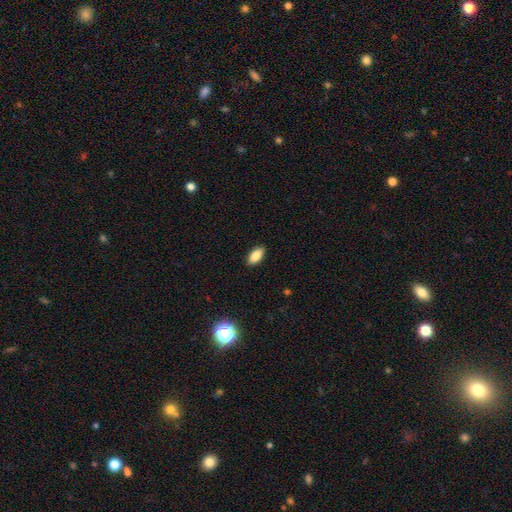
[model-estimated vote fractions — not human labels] A smooth galaxy with no disk features (87%) that is in between round and cigar-shaped (91%).

Vote fractions:
- Smooth or featured? smooth: 87% / star or artifact: 8% / featured or disk: 5%
- How rounded? in between: 91% / cigar-shaped: 6% / round: 3%
- Merging? none: 90% / minor disturbance: 8% / major disturbance: 2% / merger: 1%